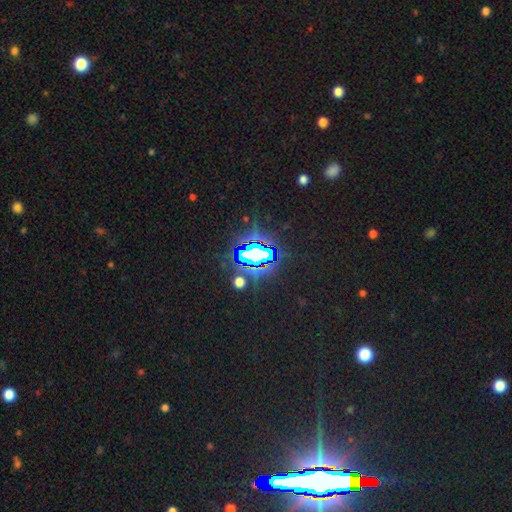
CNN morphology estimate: Q: Smooth or featured?
A: star or artifact (74%); runner-up: smooth (15%)